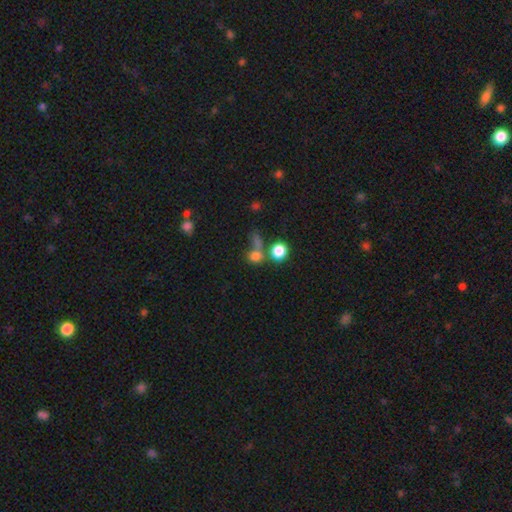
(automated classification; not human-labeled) Smooth or featured? Predicted: smooth (p=0.74). How rounded? Predicted: round (p=0.75). Merging? Predicted: none (p=0.45).